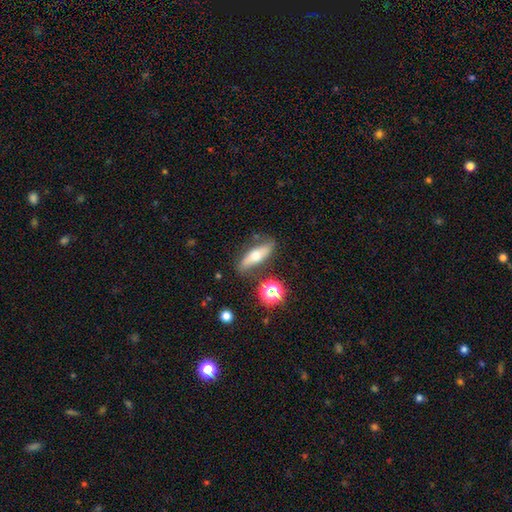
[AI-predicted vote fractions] Morphology: type=smooth (47%); merging=none (76%).